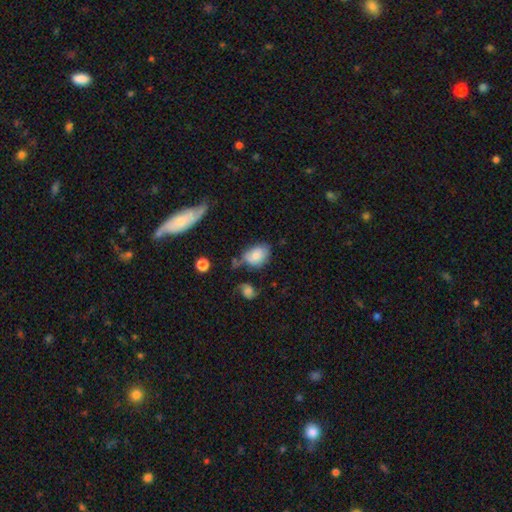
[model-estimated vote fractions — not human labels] This is likely a smooth galaxy (75%). How rounded: likely in between (80%). Merging: possibly none (47%).